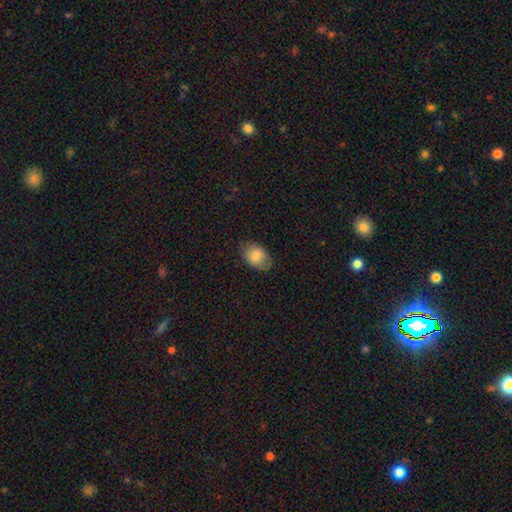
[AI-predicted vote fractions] smooth_or_featured: smooth (p=0.82) [alt: featured or disk p=0.11]
how_rounded: in between (p=0.84) [alt: round p=0.14]
merging: none (p=0.78) [alt: minor disturbance p=0.17]